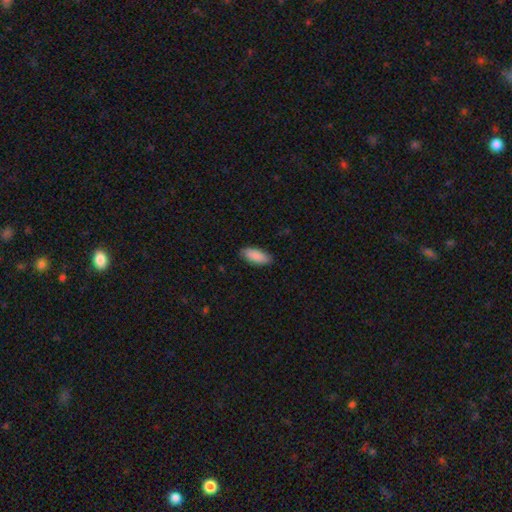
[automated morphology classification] A smooth galaxy with no disk features (90%) that is in between round and cigar-shaped (85%). Merging: none (86%).